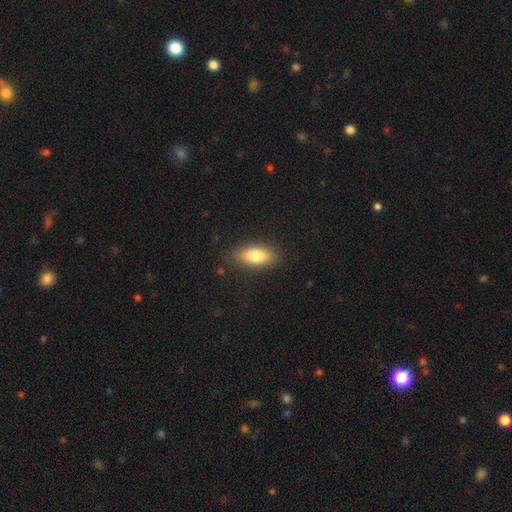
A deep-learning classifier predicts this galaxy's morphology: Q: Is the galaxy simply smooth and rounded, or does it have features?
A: smooth — 79%.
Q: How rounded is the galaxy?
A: in between — 79%.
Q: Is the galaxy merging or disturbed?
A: none — 85%.